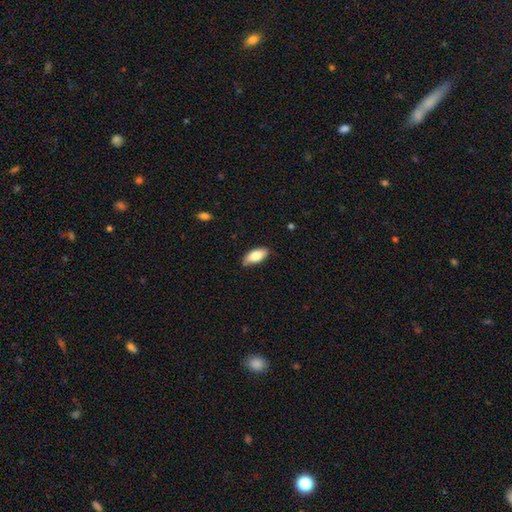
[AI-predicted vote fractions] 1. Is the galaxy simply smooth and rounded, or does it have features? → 79% smooth, 15% featured or disk, 6% star or artifact.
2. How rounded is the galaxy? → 87% in between, 11% cigar-shaped, 2% round.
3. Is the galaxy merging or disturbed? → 82% none, 15% minor disturbance, 2% major disturbance, 1% merger.